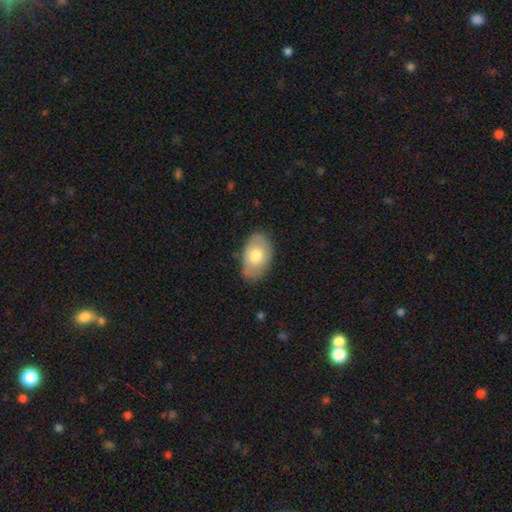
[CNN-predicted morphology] The model was most divided on "smooth or featured": smooth: 67%, featured or disk: 27%, star or artifact: 6%. More confident: how rounded — in between (90%); merging — none (76%).